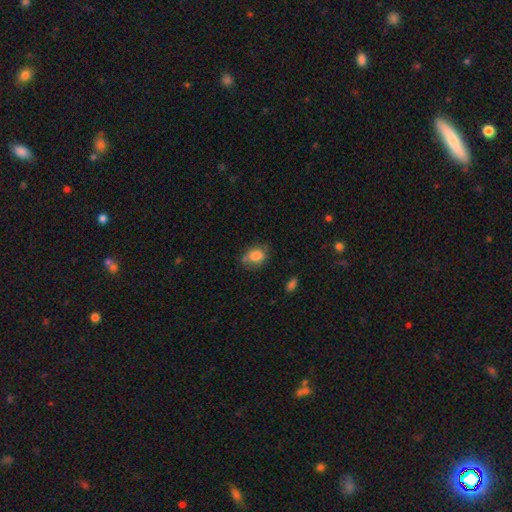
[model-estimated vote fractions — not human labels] Smooth or featured?
  - smooth: 81% *
  - star or artifact: 10%
  - featured or disk: 10%
How rounded?
  - in between: 62% *
  - round: 37%
  - cigar-shaped: 1%
Merging?
  - none: 56% *
  - minor disturbance: 25%
  - merger: 11%
  - major disturbance: 8%